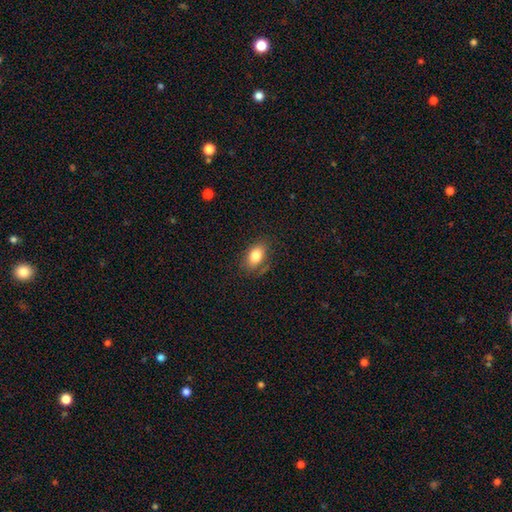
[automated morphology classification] smooth-or-featured: smooth: 81% | featured or disk: 10% | star or artifact: 9%
  how-rounded: in between: 86% | round: 12% | cigar-shaped: 2%
  merging: none: 77% | minor disturbance: 16% | major disturbance: 5% | merger: 2%